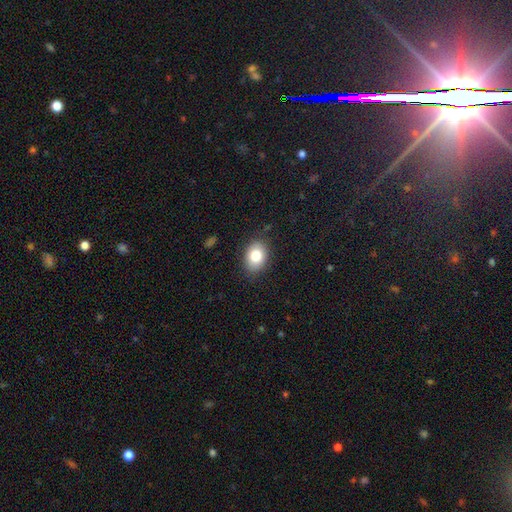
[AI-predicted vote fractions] Q: Smooth or featured?
A: smooth (83%); runner-up: featured or disk (9%)
Q: How rounded?
A: in between (76%); runner-up: round (23%)
Q: Merging?
A: none (83%); runner-up: minor disturbance (12%)